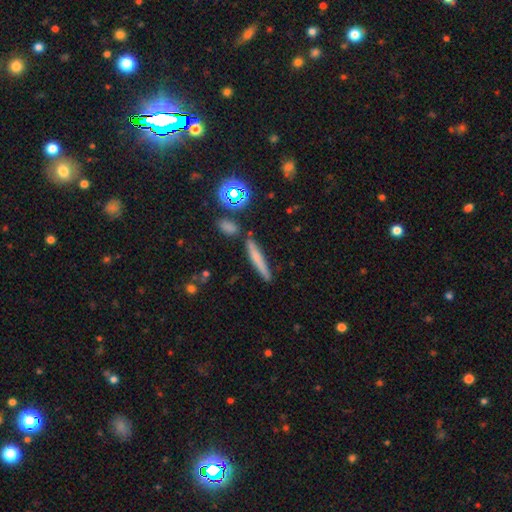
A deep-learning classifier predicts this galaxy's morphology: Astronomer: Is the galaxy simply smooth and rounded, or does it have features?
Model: smooth — 58%.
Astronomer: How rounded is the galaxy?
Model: cigar-shaped — 89%.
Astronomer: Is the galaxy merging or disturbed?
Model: none — 81%.